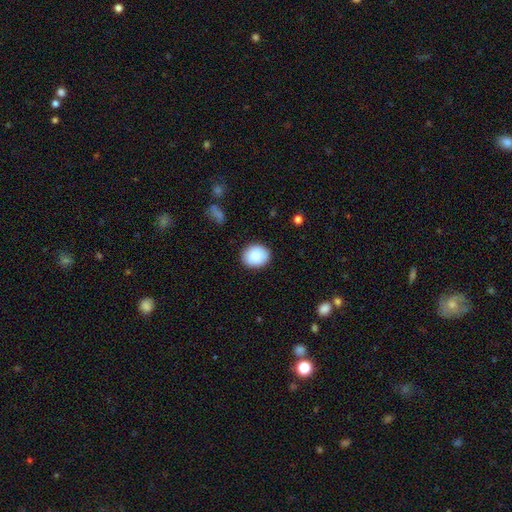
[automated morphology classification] This is clearly a smooth galaxy (89%). How rounded: likely round (63%). Merging: clearly none (88%).